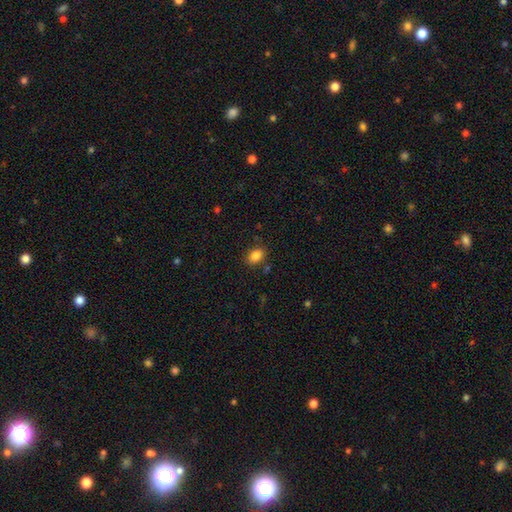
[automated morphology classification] The model was most divided on "how rounded": in between: 80%, round: 19%, cigar-shaped: 1%. More confident: smooth or featured — smooth (85%); merging — none (83%).